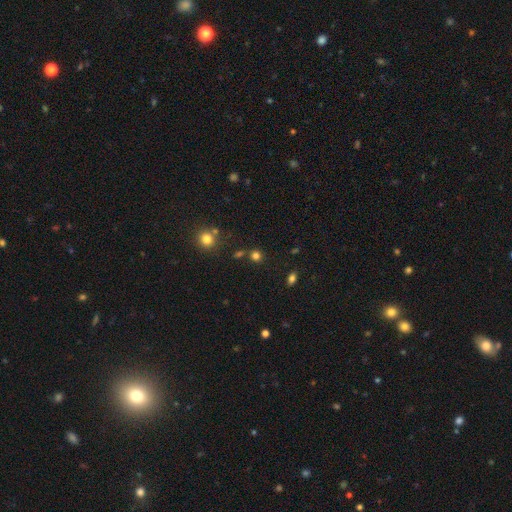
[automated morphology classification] This appears to be a smooth galaxy with no disk features (76%) that is round (86%). Merging: none (77%).